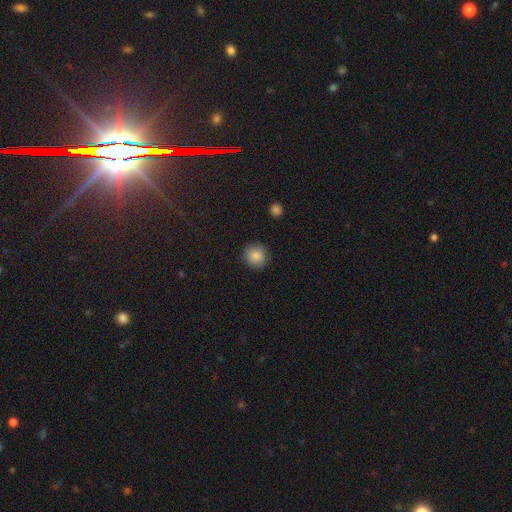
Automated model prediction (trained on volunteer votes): This is clearly a smooth galaxy (87%). How rounded: clearly round (92%). Merging: clearly none (90%).